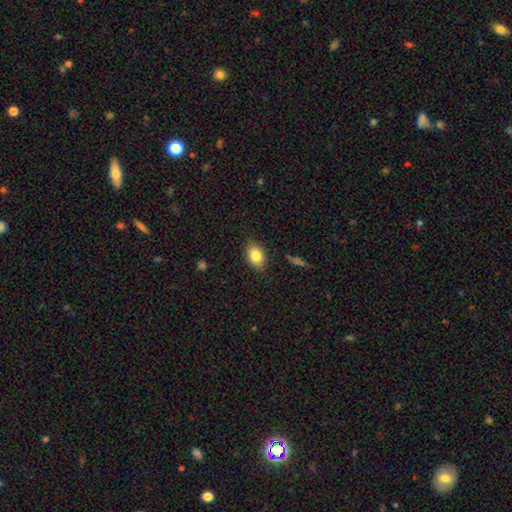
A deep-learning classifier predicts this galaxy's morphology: This appears to be a smooth galaxy with no disk features (82%) that is in between round and cigar-shaped (77%). Merging: none (84%).